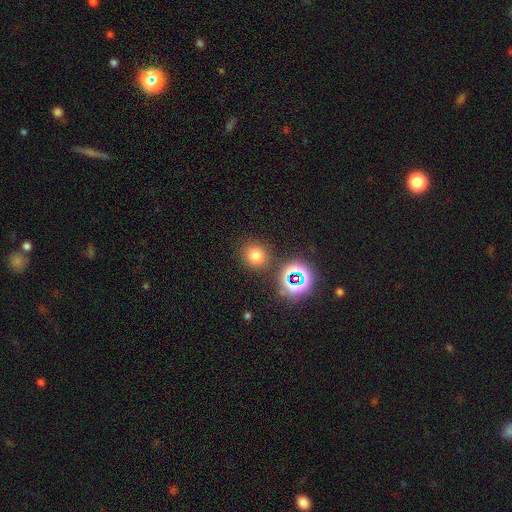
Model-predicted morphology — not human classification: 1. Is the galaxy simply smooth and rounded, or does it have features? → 70% smooth, 22% star or artifact, 7% featured or disk.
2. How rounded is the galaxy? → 85% round, 14% in between, 1% cigar-shaped.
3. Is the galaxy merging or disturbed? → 83% none, 8% minor disturbance, 6% merger, 3% major disturbance.